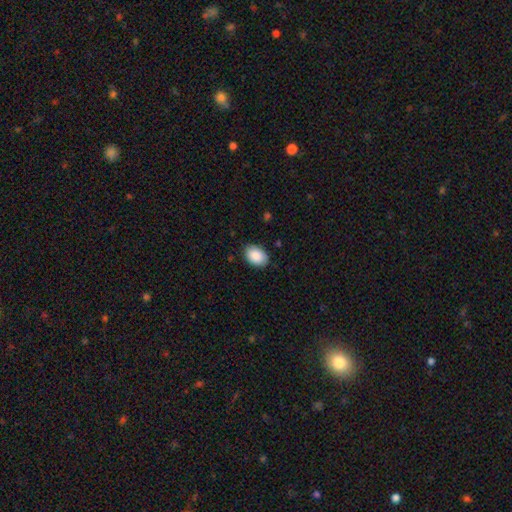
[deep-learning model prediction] Smooth or featured?
  - smooth: 90% *
  - star or artifact: 6%
  - featured or disk: 4%
How rounded?
  - in between: 85% *
  - round: 14%
  - cigar-shaped: 1%
Merging?
  - none: 86% *
  - minor disturbance: 10%
  - major disturbance: 2%
  - merger: 1%